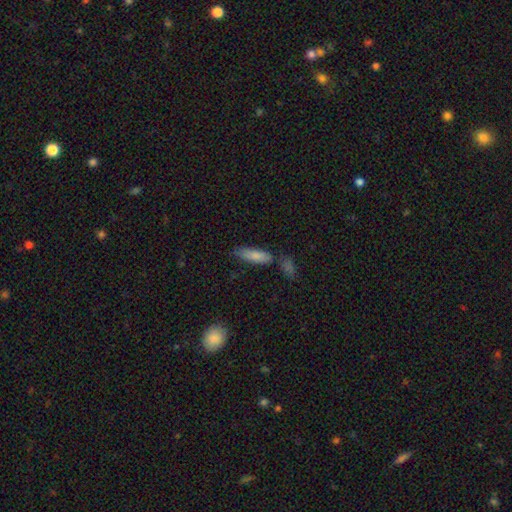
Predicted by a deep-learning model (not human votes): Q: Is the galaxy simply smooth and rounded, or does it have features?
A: smooth — 80%.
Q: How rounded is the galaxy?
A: cigar-shaped — 53%.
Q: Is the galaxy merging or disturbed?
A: none — 67%.